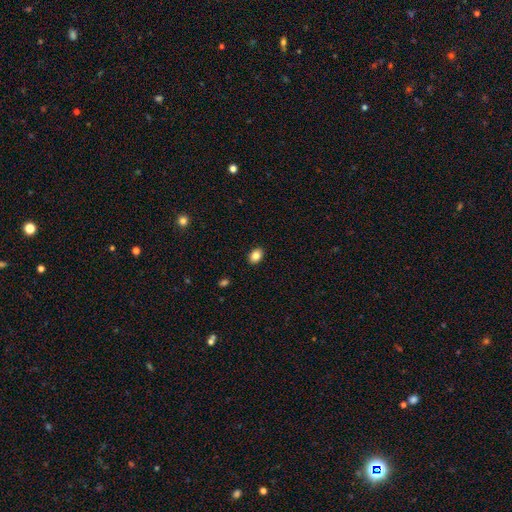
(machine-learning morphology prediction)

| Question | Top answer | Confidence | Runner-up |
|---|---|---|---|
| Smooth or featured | smooth | 84% | star or artifact (9%) |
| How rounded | in between | 75% | round (24%) |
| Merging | none | 89% | minor disturbance (8%) |